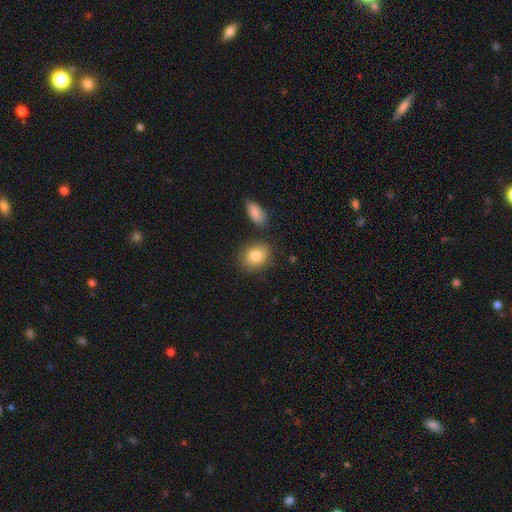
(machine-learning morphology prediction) smooth_or_featured: smooth (p=0.84) [alt: featured or disk p=0.08]
how_rounded: in between (p=0.58) [alt: round p=0.41]
merging: none (p=0.76) [alt: minor disturbance p=0.13]